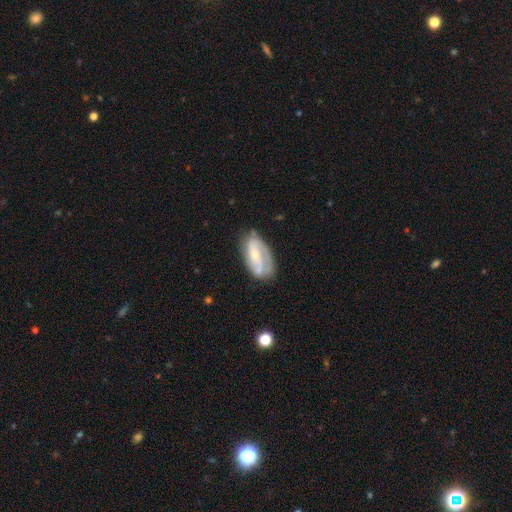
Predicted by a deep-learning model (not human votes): This is likely a featured or disk galaxy (67%). It is clearly not viewed edge-on (93%). Bar: marginally no (43%). Spiral arm pattern: likely yes (79%). Central bulge: likely small (62%). Merging: possibly none (57%).